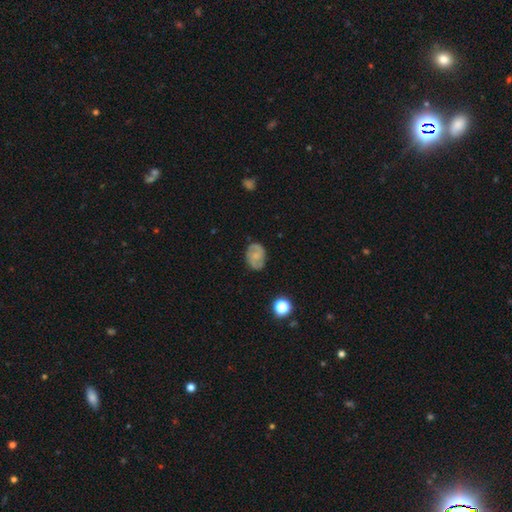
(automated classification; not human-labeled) This appears to be a featured or disk galaxy (57%) with no bar (58%), spiral arms (86%) and a small central bulge (45%). Merging: none (77%).